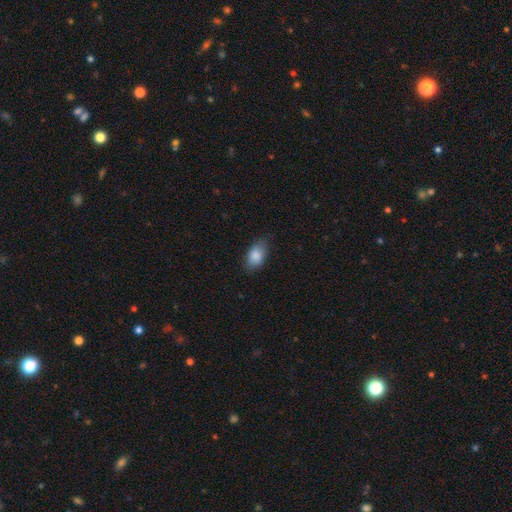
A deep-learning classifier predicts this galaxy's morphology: Smooth or featured?
  - smooth: 86% *
  - star or artifact: 7%
  - featured or disk: 6%
How rounded?
  - in between: 88% *
  - round: 10%
  - cigar-shaped: 2%
Merging?
  - none: 73% *
  - minor disturbance: 22%
  - major disturbance: 4%
  - merger: 1%